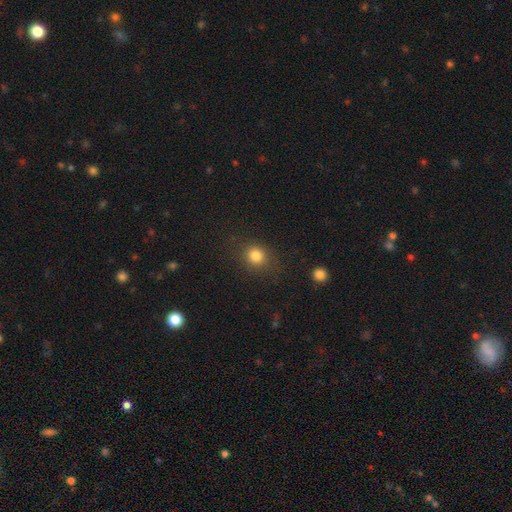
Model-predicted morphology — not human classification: This is clearly a smooth galaxy (82%). How rounded: likely round (80%). Merging: clearly none (82%).